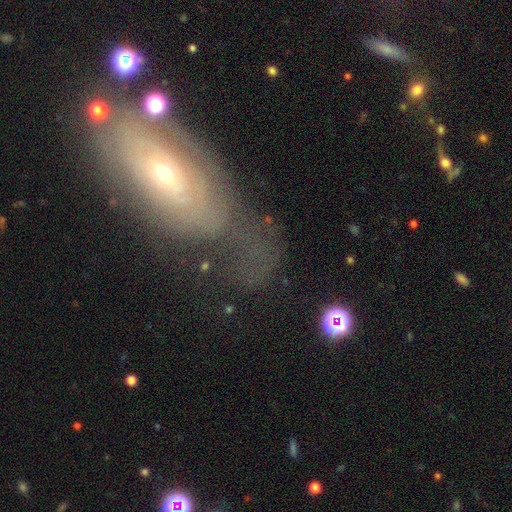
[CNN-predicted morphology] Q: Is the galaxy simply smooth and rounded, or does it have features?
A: featured or disk — 61%.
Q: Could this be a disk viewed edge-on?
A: no — 83%.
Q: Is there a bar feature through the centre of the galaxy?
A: no — 79%.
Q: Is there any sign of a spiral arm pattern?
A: yes — 52%.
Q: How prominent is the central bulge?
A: small — 66%.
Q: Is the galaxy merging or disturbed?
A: none — 49%.